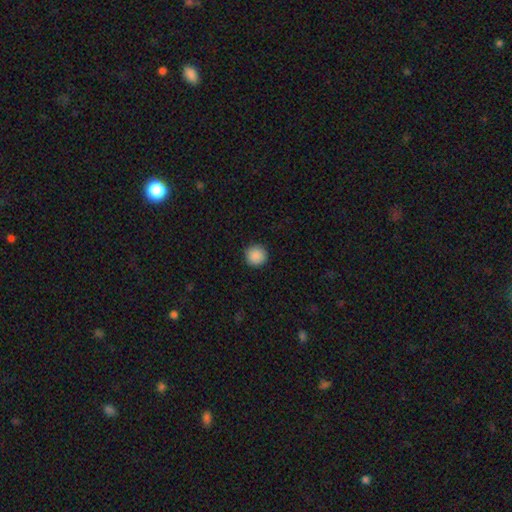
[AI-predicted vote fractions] Smooth or featured?
  - smooth: 89% *
  - star or artifact: 8%
  - featured or disk: 3%
How rounded?
  - round: 95% *
  - in between: 4%
  - cigar-shaped: 1%
Merging?
  - none: 92% *
  - minor disturbance: 5%
  - major disturbance: 2%
  - merger: 1%